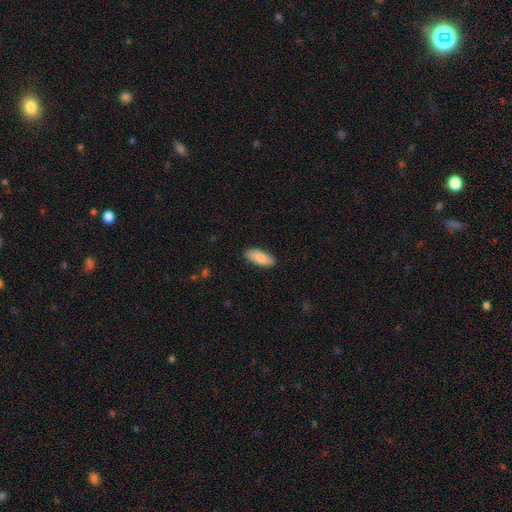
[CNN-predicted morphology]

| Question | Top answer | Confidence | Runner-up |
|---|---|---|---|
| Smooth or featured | smooth | 86% | featured or disk (8%) |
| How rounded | in between | 76% | cigar-shaped (22%) |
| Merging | none | 87% | minor disturbance (10%) |